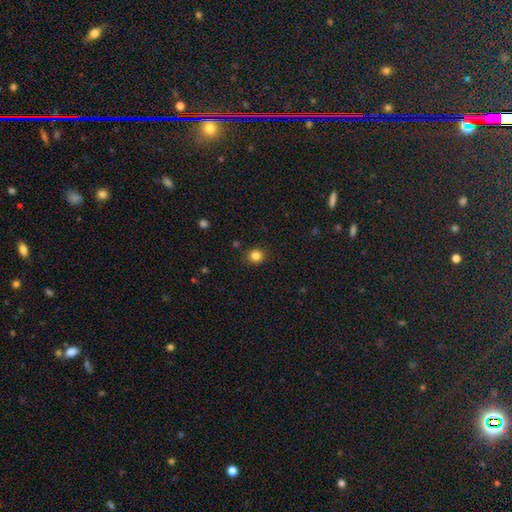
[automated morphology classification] smooth_or_featured: smooth (p=0.83) [alt: star or artifact p=0.13]
how_rounded: round (p=0.83) [alt: in between p=0.16]
merging: none (p=0.89) [alt: minor disturbance p=0.08]